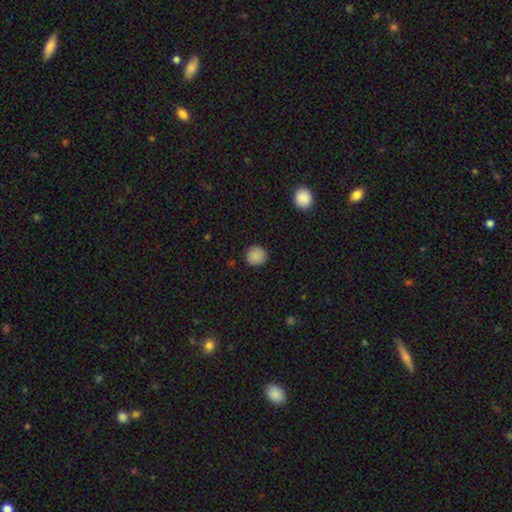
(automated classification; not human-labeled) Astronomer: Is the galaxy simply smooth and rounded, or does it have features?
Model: smooth — 86%.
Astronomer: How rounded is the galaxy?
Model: round — 92%.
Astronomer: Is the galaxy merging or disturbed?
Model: none — 88%.